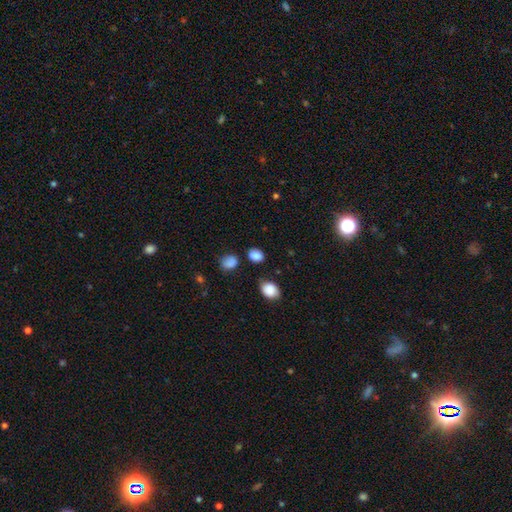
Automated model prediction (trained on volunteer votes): A smooth galaxy with no disk features (85%) that is in between round and cigar-shaped (61%).

Vote fractions:
- Smooth or featured? smooth: 85% / star or artifact: 11% / featured or disk: 4%
- How rounded? in between: 61% / round: 38% / cigar-shaped: 1%
- Merging? none: 77% / minor disturbance: 14% / merger: 6% / major disturbance: 4%